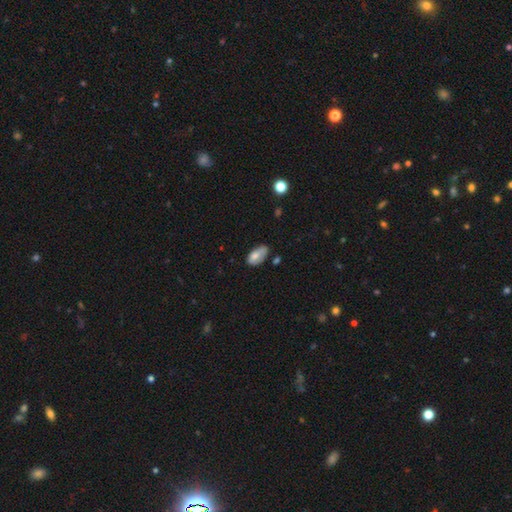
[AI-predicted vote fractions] A smooth galaxy with no disk features (75%) that is in between round and cigar-shaped (93%). Merging: none (54%).